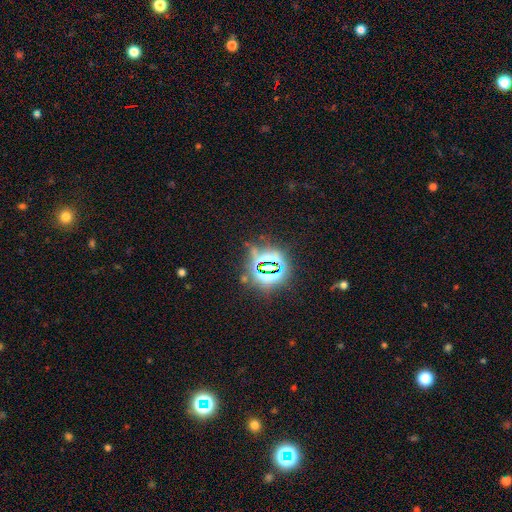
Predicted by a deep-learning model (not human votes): Smooth or featured? star or artifact (81%)